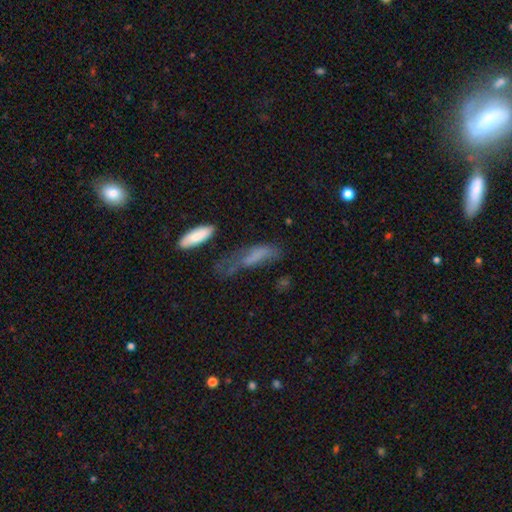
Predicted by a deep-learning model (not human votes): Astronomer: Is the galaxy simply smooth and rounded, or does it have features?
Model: smooth — 61%.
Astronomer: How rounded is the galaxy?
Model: cigar-shaped — 52% (runner-up: in between, 44%).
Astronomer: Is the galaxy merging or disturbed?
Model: major disturbance — 36% (runner-up: none, 29%).